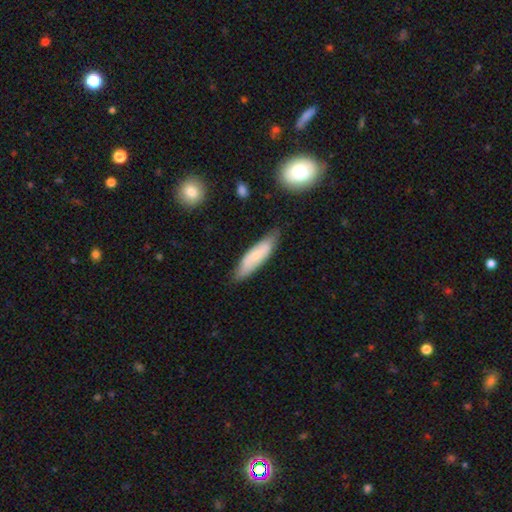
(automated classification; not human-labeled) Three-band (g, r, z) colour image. It shows a smooth galaxy with no disk features (63%) that is cigar-shaped (63%). Merging: none (76%).